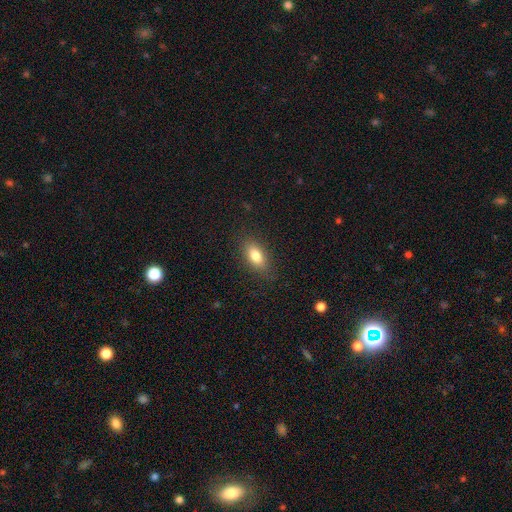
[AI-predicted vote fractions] Smooth or featured? smooth (80%)
How rounded? in between (86%)
Merging? none (85%)